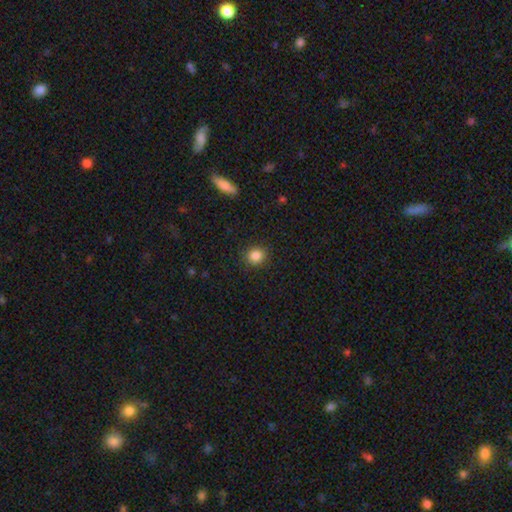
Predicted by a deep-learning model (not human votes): smooth-or-featured: smooth: 86% | star or artifact: 10% | featured or disk: 4%
  how-rounded: round: 84% | in between: 15% | cigar-shaped: 1%
  merging: none: 89% | minor disturbance: 7% | major disturbance: 2% | merger: 1%